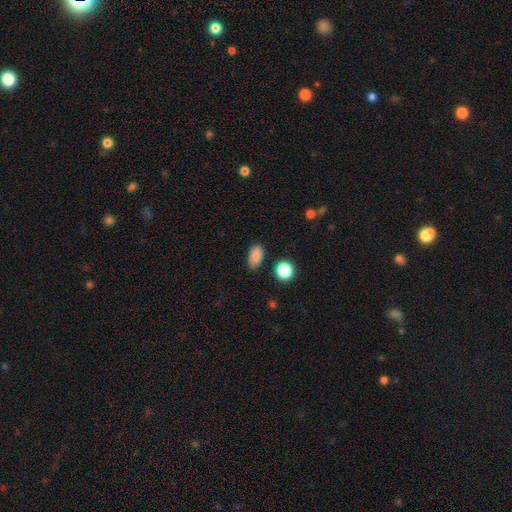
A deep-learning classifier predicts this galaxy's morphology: Q: Smooth or featured?
A: smooth (86%); runner-up: star or artifact (10%)
Q: How rounded?
A: in between (88%); runner-up: round (10%)
Q: Merging?
A: none (81%); runner-up: minor disturbance (14%)